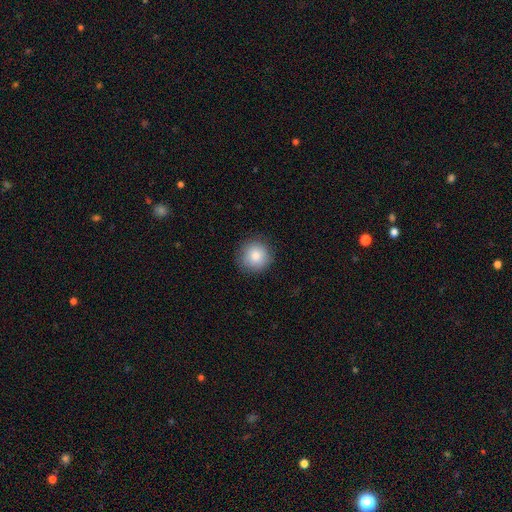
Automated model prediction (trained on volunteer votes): Smooth or featured? Predicted: smooth (p=0.83). How rounded? Predicted: round (p=0.94). Merging? Predicted: none (p=0.88).